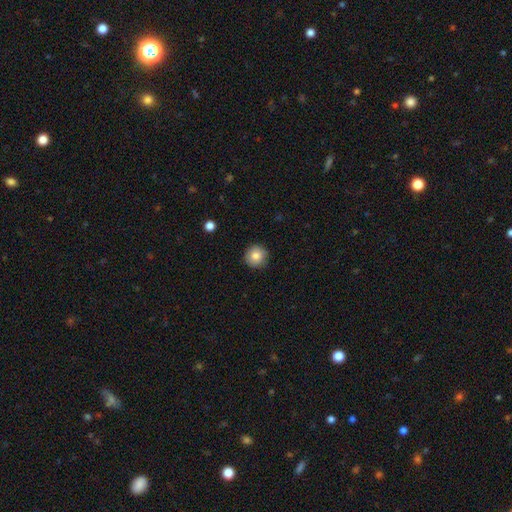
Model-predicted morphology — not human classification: This appears to be a smooth galaxy with no disk features (83%) that is round (95%). Merging: none (90%).